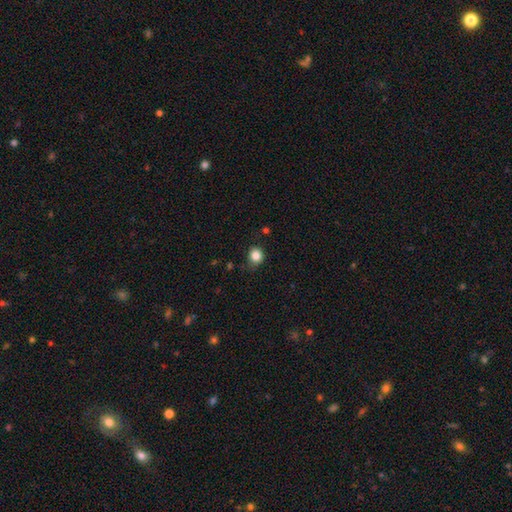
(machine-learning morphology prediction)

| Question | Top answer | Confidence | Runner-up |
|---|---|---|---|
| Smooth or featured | smooth | 84% | star or artifact (11%) |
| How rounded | round | 78% | in between (21%) |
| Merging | none | 77% | minor disturbance (18%) |